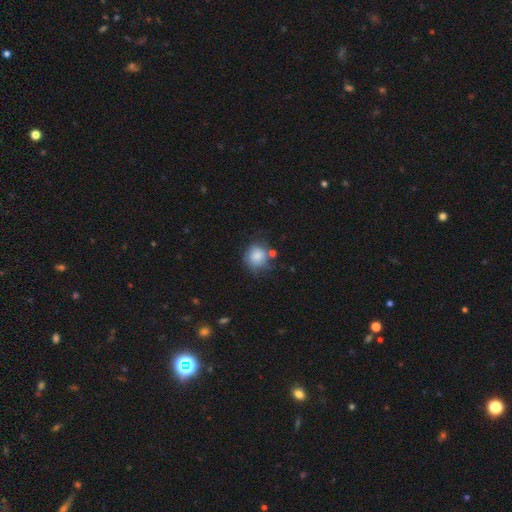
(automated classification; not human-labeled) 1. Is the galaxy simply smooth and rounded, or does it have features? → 78% smooth, 13% featured or disk, 9% star or artifact.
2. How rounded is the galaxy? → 85% round, 14% in between, 1% cigar-shaped.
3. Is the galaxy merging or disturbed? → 55% none, 24% minor disturbance, 10% major disturbance, 10% merger.